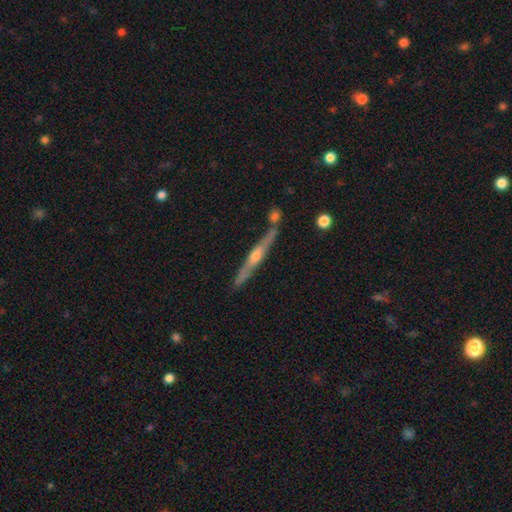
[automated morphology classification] type=featured or disk (78%); edge-on=yes (95%); edge-on bulge=rounded (88%); merging=none (77%).